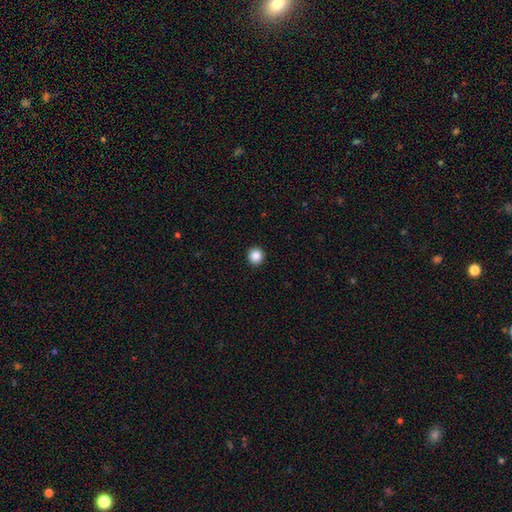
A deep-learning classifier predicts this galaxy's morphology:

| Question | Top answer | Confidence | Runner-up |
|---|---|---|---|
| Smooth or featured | smooth | 87% | star or artifact (10%) |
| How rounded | round | 95% | in between (4%) |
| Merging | none | 94% | minor disturbance (4%) |